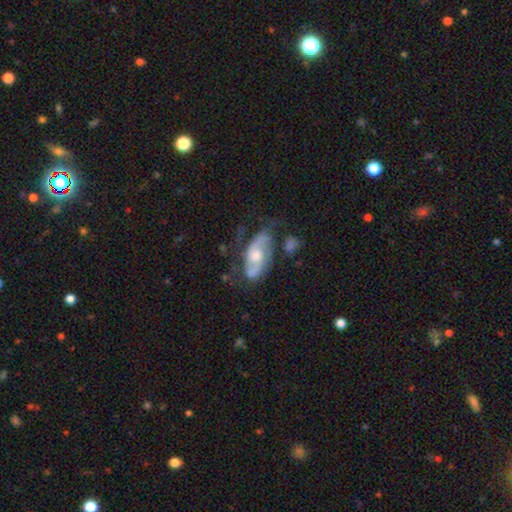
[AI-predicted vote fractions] Smooth or featured? Predicted: featured or disk (p=0.75). Edge-on disk? Predicted: no (p=0.93). Bar? Predicted: no (p=0.60). Spiral arms? Predicted: yes (p=0.88). Spiral winding? Predicted: medium (p=0.48). Spiral arm count? Predicted: 2 (p=0.79). Bulge size? Predicted: moderate (p=0.63). Merging? Predicted: none (p=0.52).